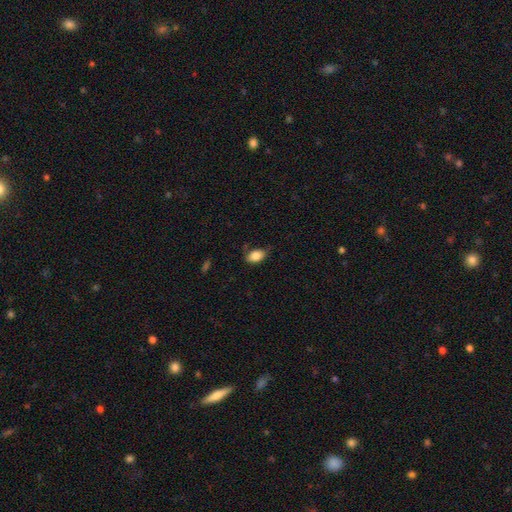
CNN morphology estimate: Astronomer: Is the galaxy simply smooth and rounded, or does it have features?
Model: smooth — 86%.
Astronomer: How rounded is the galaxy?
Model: in between — 89%.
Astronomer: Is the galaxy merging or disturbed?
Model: none — 65%.